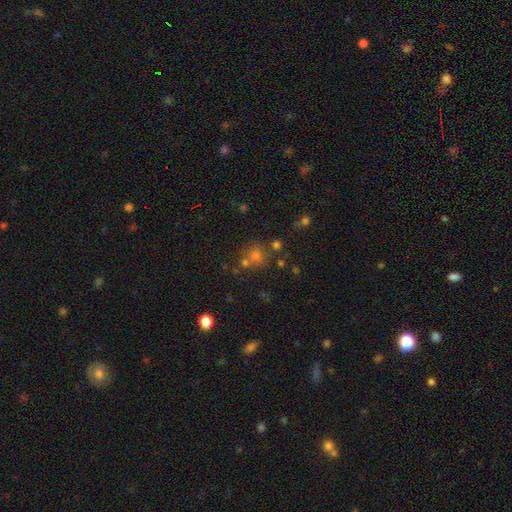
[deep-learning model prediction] smooth_or_featured: smooth (p=0.63) [alt: star or artifact p=0.26]
how_rounded: round (p=0.84) [alt: in between p=0.15]
merging: none (p=0.61) [alt: merger p=0.22]